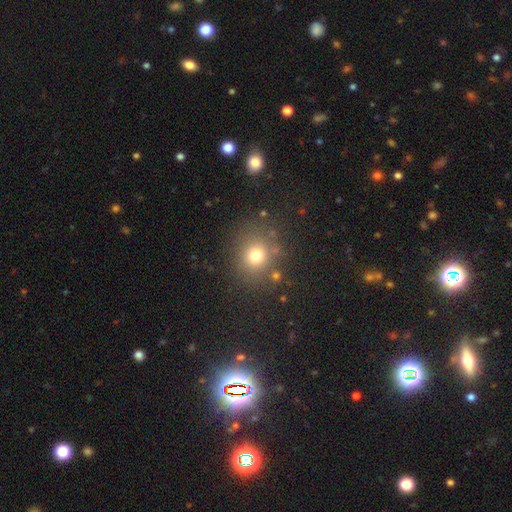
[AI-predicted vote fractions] A smooth galaxy with no disk features (73%) that is round (79%).

Vote fractions:
- Smooth or featured? smooth: 73% / star or artifact: 17% / featured or disk: 9%
- How rounded? round: 79% / in between: 20% / cigar-shaped: 1%
- Merging? none: 79% / minor disturbance: 11% / major disturbance: 5% / merger: 4%